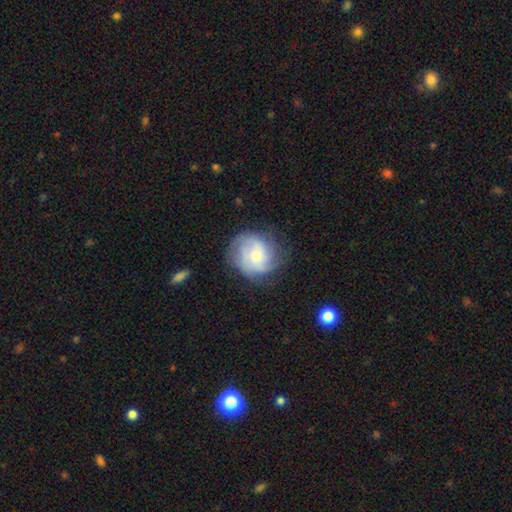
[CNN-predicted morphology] Overall: featured or disk (60%; smooth 32%). Edge-on disk: no (98%). Bar: no (69%). Spiral arms: yes (86%). Spiral arm count: can't tell (35%; 3 25%). Spiral winding: tight (42%; medium 39%). Bulge size: small (49%; moderate 42%). Merging: none (69%).